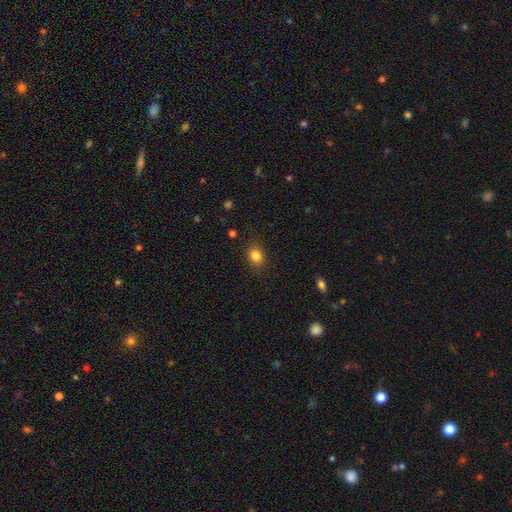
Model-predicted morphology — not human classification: The model was most divided on "how rounded": round: 52%, in between: 47%, cigar-shaped: 1%. More confident: merging — none (84%); smooth or featured — smooth (83%).